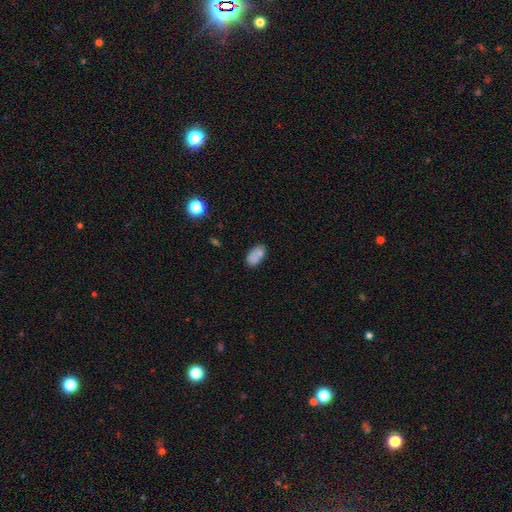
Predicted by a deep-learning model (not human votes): This is likely a smooth galaxy (75%). How rounded: clearly in between (90%). Merging: possibly none (53%).